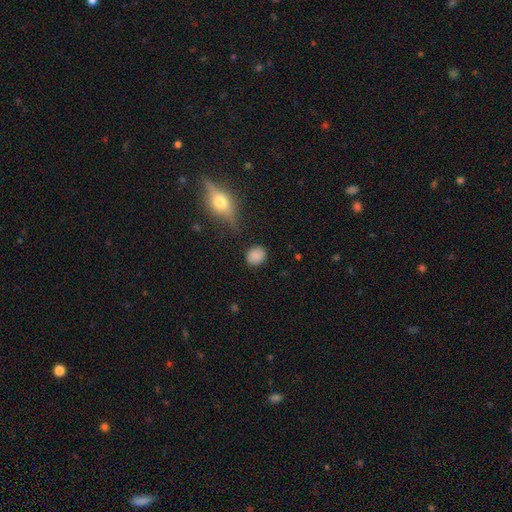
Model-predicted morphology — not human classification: smooth_or_featured: smooth (p=0.83) [alt: star or artifact p=0.11]
how_rounded: round (p=0.58) [alt: in between p=0.40]
merging: none (p=0.81) [alt: minor disturbance p=0.13]